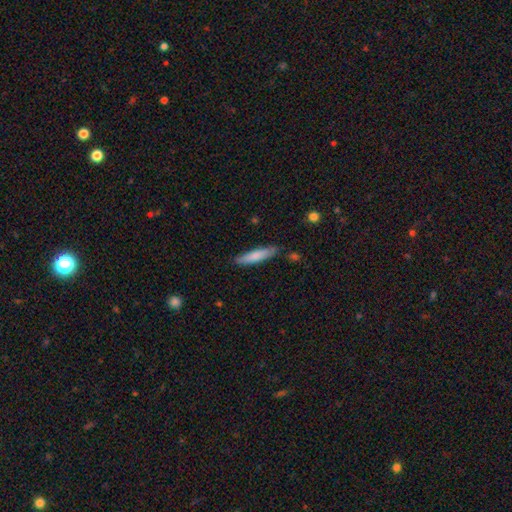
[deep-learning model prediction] A smooth galaxy with no disk features (80%) that is cigar-shaped (83%). Merging: none (84%).